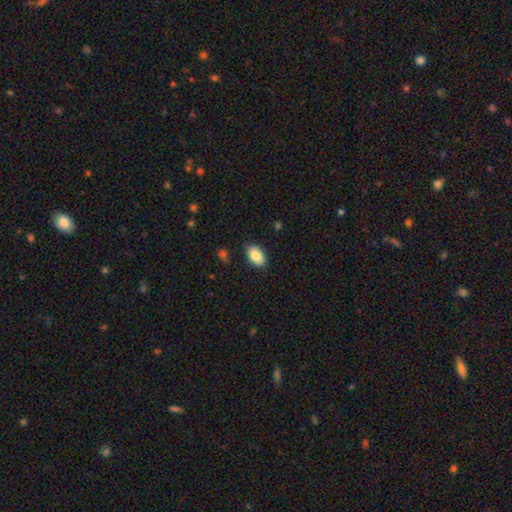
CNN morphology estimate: A smooth galaxy with no disk features (84%) that is in between round and cigar-shaped (93%).

Vote fractions:
- Smooth or featured? smooth: 84% / featured or disk: 9% / star or artifact: 7%
- How rounded? in between: 93% / round: 6% / cigar-shaped: 1%
- Merging? none: 84% / minor disturbance: 13% / major disturbance: 2% / merger: 1%